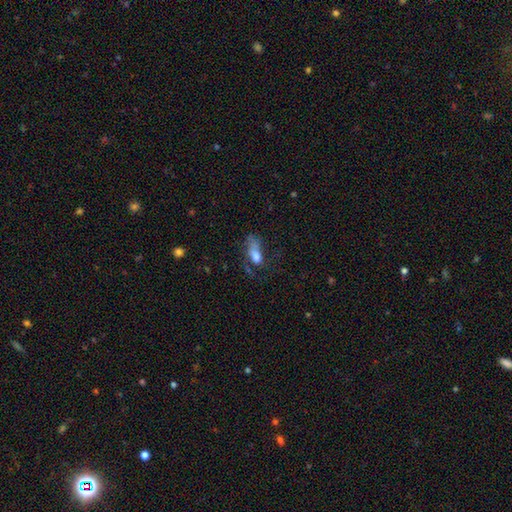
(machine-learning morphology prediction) Overall: smooth (59%; featured or disk 28%). How rounded: in between (80%). Merging: major disturbance (47%; none 27%).